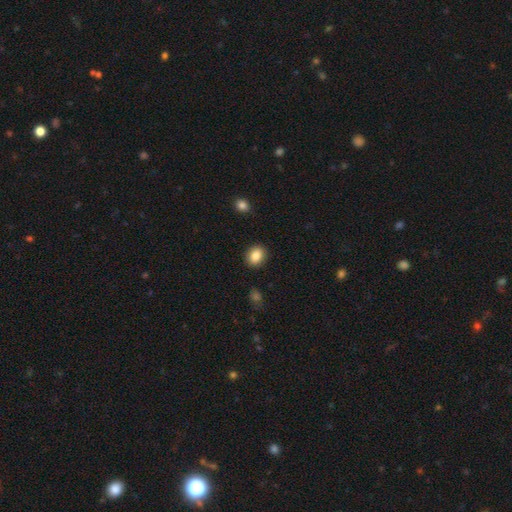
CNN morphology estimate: Smooth or featured?
  - smooth: 86% *
  - star or artifact: 8%
  - featured or disk: 5%
How rounded?
  - round: 51% *
  - in between: 48%
  - cigar-shaped: 1%
Merging?
  - none: 89% *
  - minor disturbance: 8%
  - major disturbance: 2%
  - merger: 1%